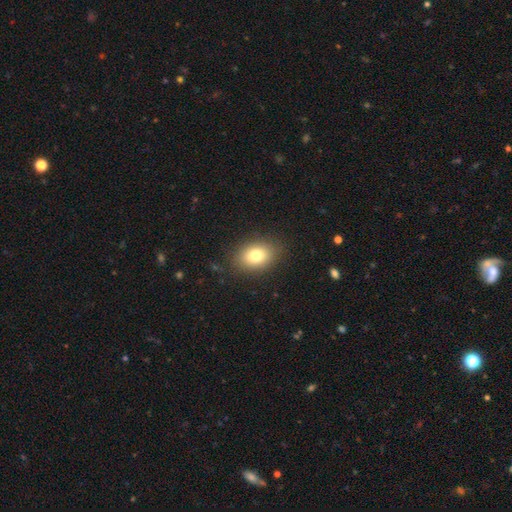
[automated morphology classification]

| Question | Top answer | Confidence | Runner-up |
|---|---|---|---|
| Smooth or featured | smooth | 78% | featured or disk (11%) |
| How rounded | in between | 68% | round (31%) |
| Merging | none | 87% | minor disturbance (9%) |